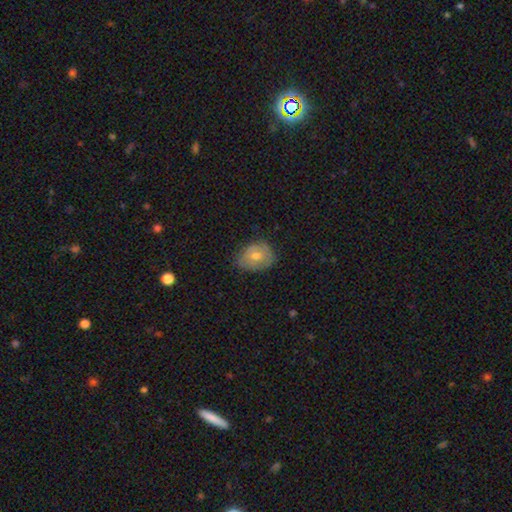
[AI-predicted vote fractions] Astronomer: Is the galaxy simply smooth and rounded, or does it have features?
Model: smooth — 59%.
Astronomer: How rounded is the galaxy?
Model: in between — 58% (runner-up: round, 41%).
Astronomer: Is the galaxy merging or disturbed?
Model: none — 64%.